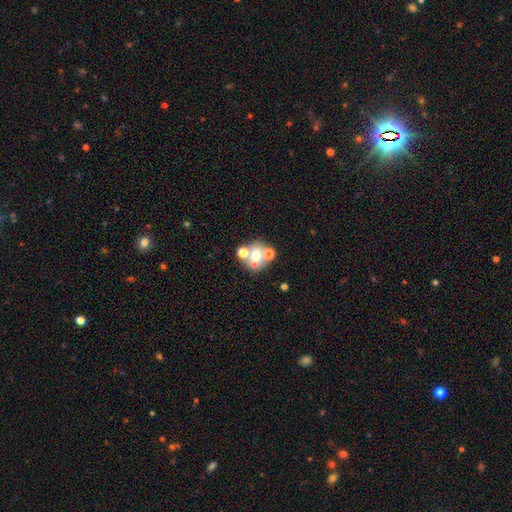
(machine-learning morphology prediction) This is possibly a smooth galaxy (51%). How rounded: likely round (62%). Merging: marginally none (44%).